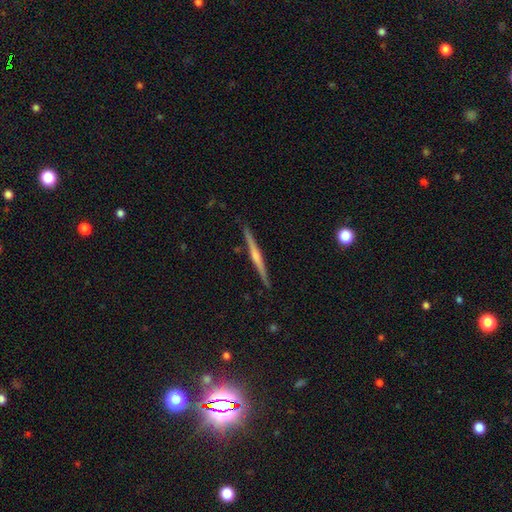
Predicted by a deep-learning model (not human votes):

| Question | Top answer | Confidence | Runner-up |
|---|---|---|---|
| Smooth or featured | featured or disk | 73% | smooth (21%) |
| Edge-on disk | yes | 98% | no (2%) |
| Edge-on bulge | rounded | 68% | none (22%) |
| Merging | none | 91% | minor disturbance (7%) |